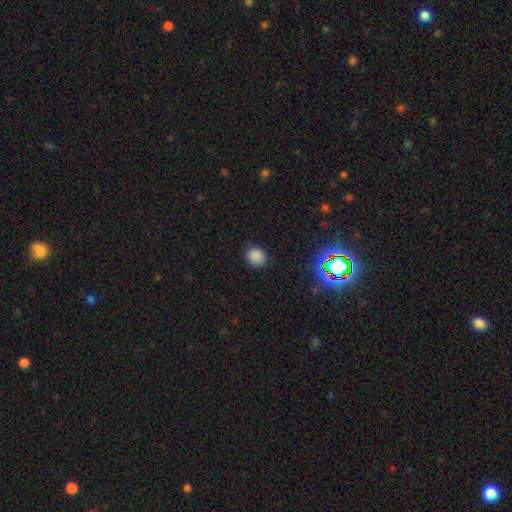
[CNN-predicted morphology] The model was most divided on "how rounded": round: 81%, in between: 18%, cigar-shaped: 1%. More confident: merging — none (85%); smooth or featured — smooth (82%).